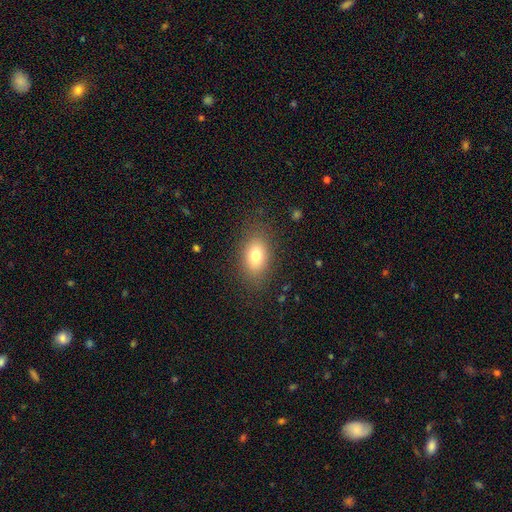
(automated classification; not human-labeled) This is likely a smooth galaxy (78%). How rounded: clearly in between (84%). Merging: clearly none (83%).